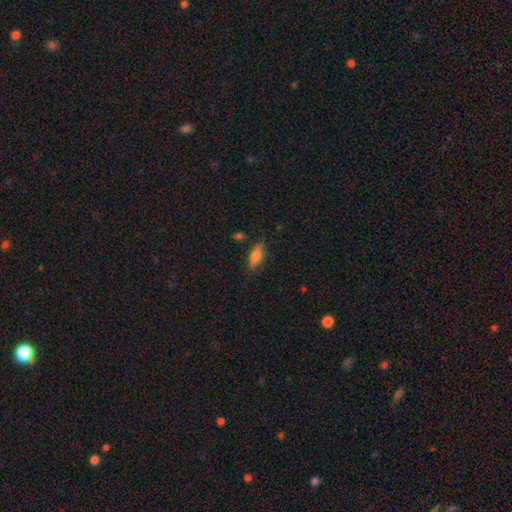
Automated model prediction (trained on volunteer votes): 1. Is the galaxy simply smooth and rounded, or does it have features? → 79% smooth, 13% featured or disk, 8% star or artifact.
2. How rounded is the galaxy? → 77% in between, 20% cigar-shaped, 3% round.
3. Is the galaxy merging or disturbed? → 80% none, 15% minor disturbance, 3% major disturbance, 2% merger.